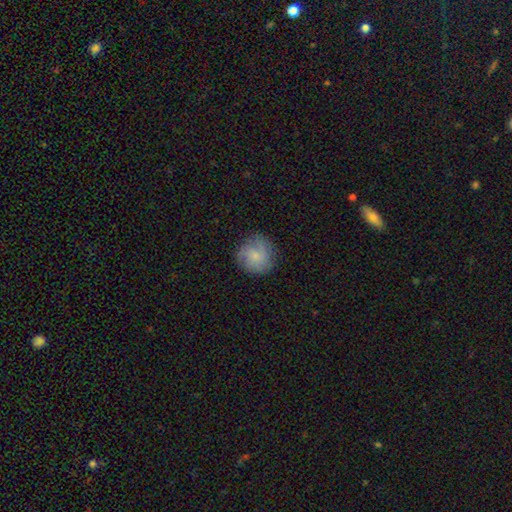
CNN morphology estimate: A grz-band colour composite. It shows a smooth galaxy with no disk features (59%) that is round (90%). Merging: none (79%).